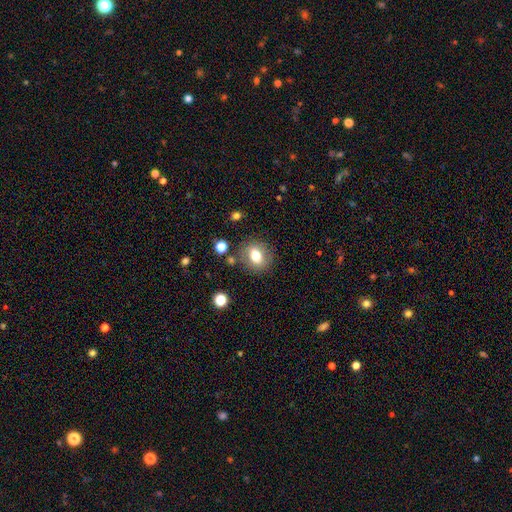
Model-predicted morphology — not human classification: type=smooth (74%); roundness=round (62%); merging=none (81%).